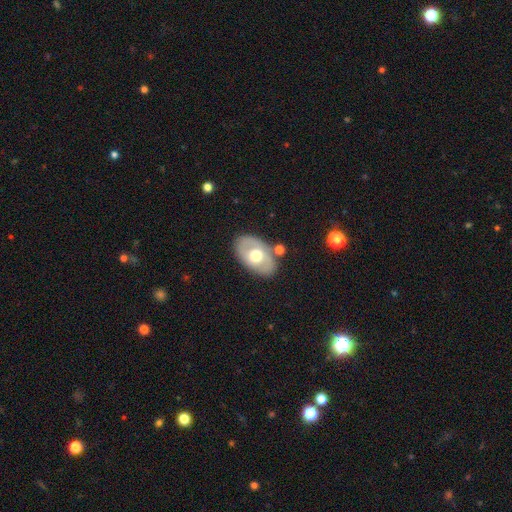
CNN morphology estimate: Smooth or featured: smooth — 47% (tied with featured or disk — 47%)
Merging: none — 76% (minor disturbance — 13%)